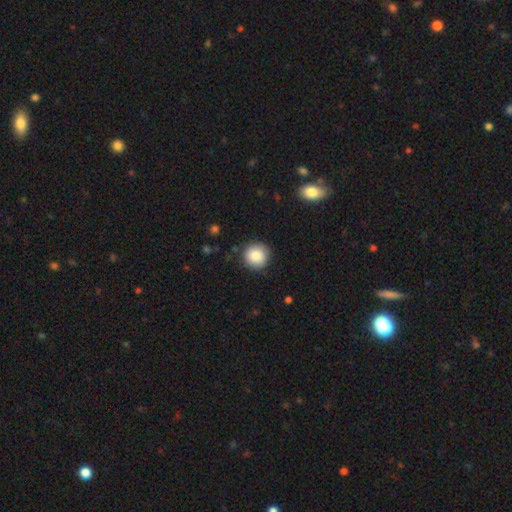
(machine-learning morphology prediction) Smooth or featured?
  - smooth: 85% *
  - star or artifact: 8%
  - featured or disk: 7%
How rounded?
  - round: 94% *
  - in between: 5%
  - cigar-shaped: 1%
Merging?
  - none: 89% *
  - minor disturbance: 8%
  - major disturbance: 2%
  - merger: 1%